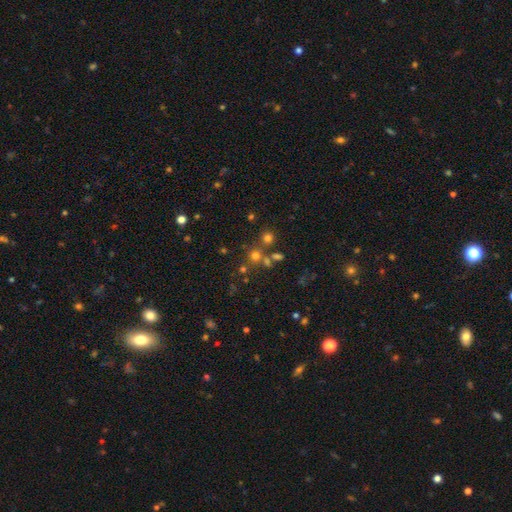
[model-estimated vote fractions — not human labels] This is likely a smooth galaxy (60%). How rounded: clearly round (90%). Merging: likely none (66%).